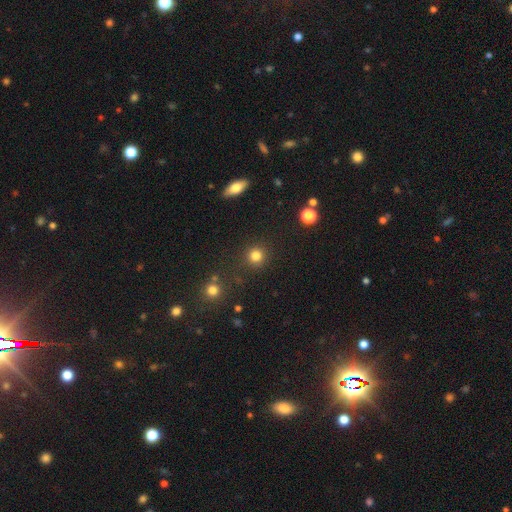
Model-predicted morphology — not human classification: smooth-or-featured: smooth: 82% | star or artifact: 13% | featured or disk: 5%
  how-rounded: round: 93% | in between: 6% | cigar-shaped: 1%
  merging: none: 89% | minor disturbance: 6% | major disturbance: 3% | merger: 2%